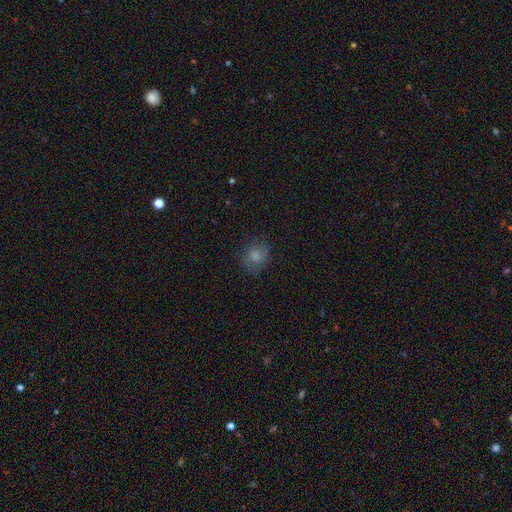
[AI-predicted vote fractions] The model was most divided on "how rounded": round: 61%, in between: 38%, cigar-shaped: 1%. More confident: smooth or featured — smooth (76%); merging — none (71%).